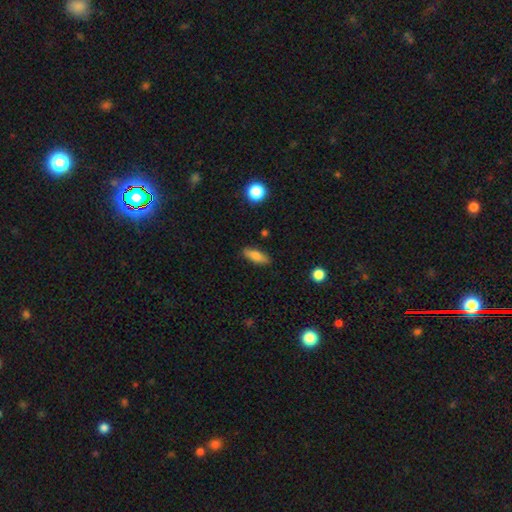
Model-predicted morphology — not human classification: Smooth or featured? smooth (79%)
How rounded? in between (61%)
Merging? none (86%)